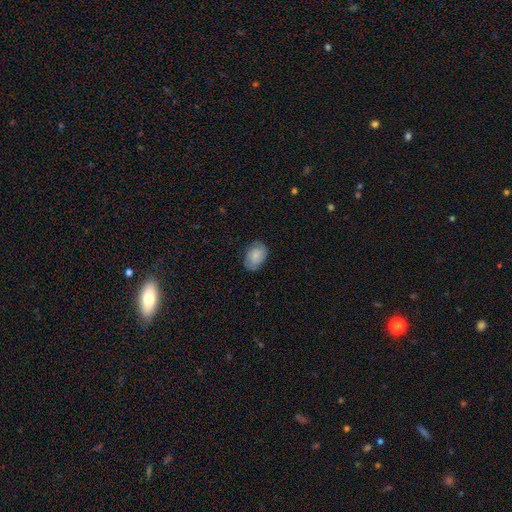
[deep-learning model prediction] Q: Smooth or featured?
A: smooth (66%); runner-up: featured or disk (27%)
Q: How rounded?
A: in between (85%); runner-up: round (13%)
Q: Merging?
A: none (77%); runner-up: minor disturbance (18%)